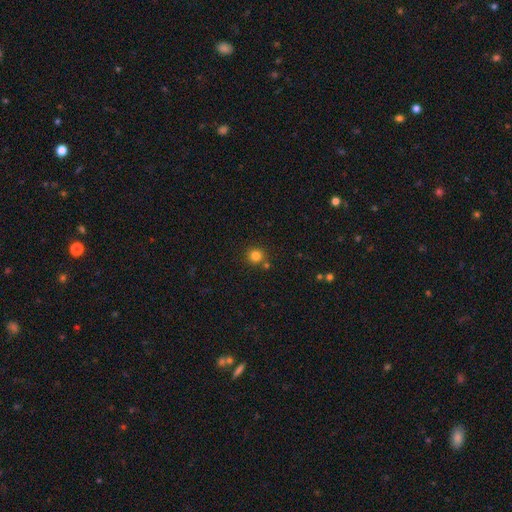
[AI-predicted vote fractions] smooth_or_featured: smooth (p=0.83) [alt: star or artifact p=0.13]
how_rounded: round (p=0.93) [alt: in between p=0.06]
merging: none (p=0.80) [alt: merger p=0.10]